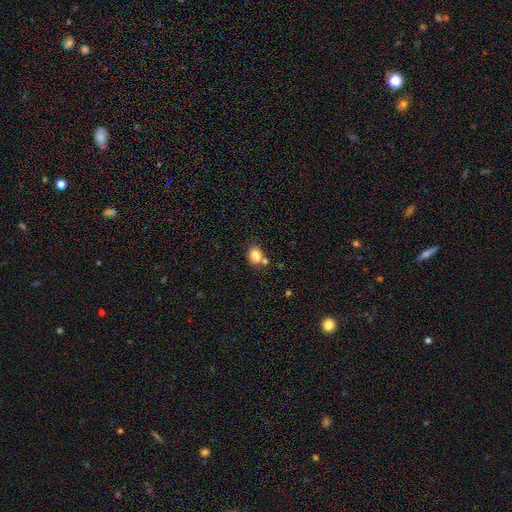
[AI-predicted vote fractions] A smooth galaxy with no disk features (81%) that is in between round and cigar-shaped (61%).

Vote fractions:
- Smooth or featured? smooth: 81% / star or artifact: 10% / featured or disk: 8%
- How rounded? in between: 61% / round: 38% / cigar-shaped: 1%
- Merging? none: 54% / merger: 26% / minor disturbance: 15% / major disturbance: 5%